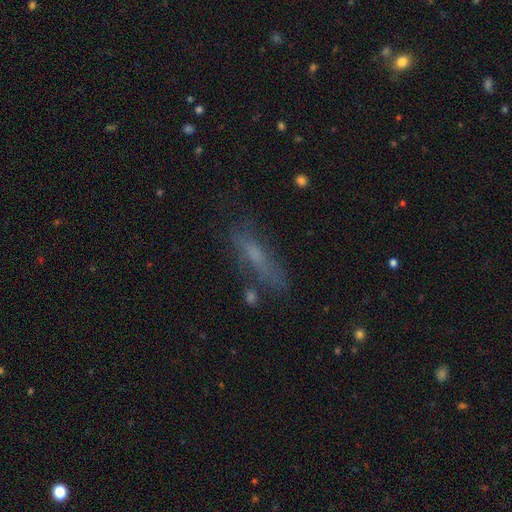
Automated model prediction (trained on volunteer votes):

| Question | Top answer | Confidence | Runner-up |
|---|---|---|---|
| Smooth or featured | smooth | 53% | featured or disk (31%) |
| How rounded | cigar-shaped | 68% | in between (29%) |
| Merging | none | 64% | minor disturbance (20%) |